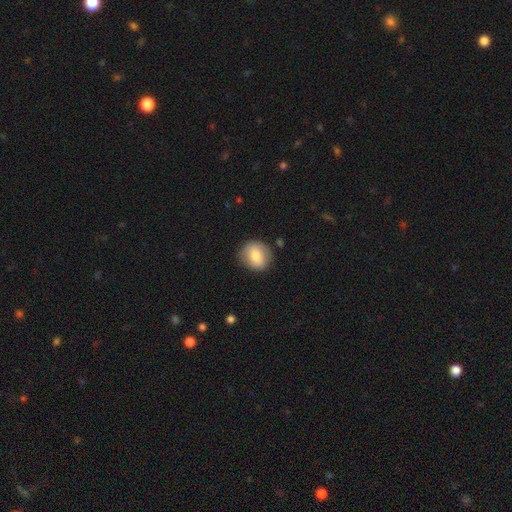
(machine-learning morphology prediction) A smooth galaxy with no disk features (74%) that is round (73%).

Vote fractions:
- Smooth or featured? smooth: 74% / featured or disk: 19% / star or artifact: 7%
- How rounded? round: 73% / in between: 26% / cigar-shaped: 1%
- Merging? none: 79% / minor disturbance: 16% / major disturbance: 4% / merger: 2%